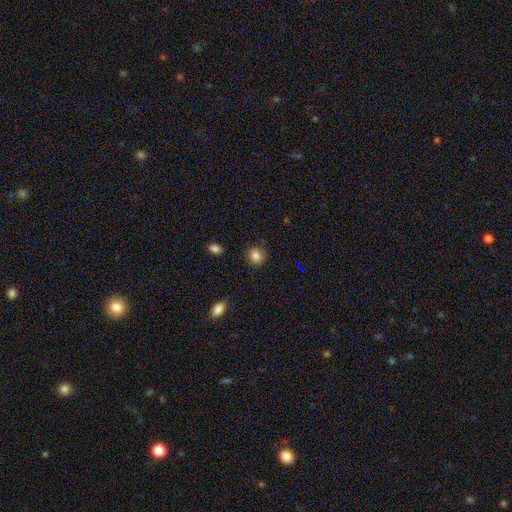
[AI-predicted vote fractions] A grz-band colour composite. It shows a smooth galaxy with no disk features (85%) that is round (78%). Merging: none (85%).